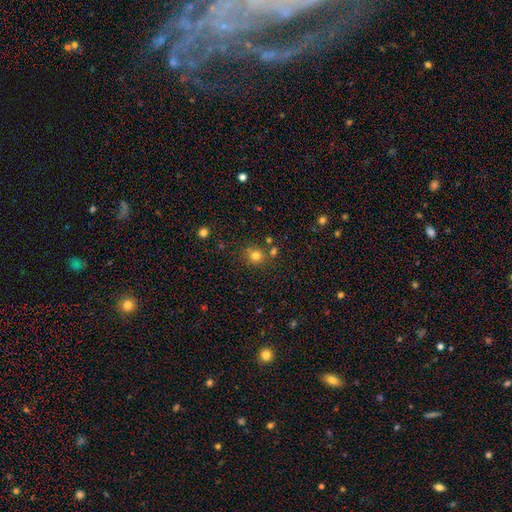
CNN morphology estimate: smooth_or_featured: smooth (p=0.77) [alt: star or artifact p=0.16]
how_rounded: round (p=0.86) [alt: in between p=0.13]
merging: none (p=0.73) [alt: merger p=0.14]